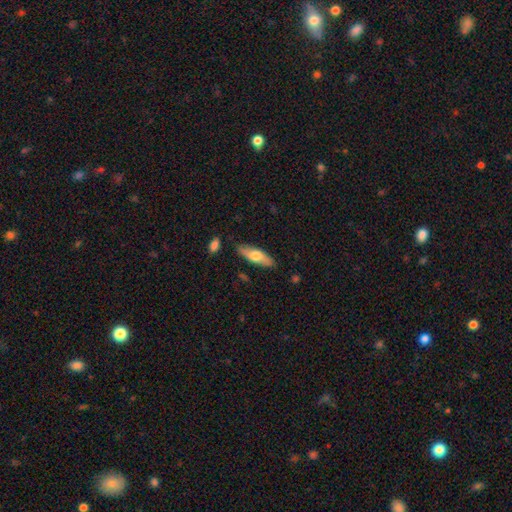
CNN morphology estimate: Q: Smooth or featured?
A: smooth (60%); runner-up: featured or disk (34%)
Q: How rounded?
A: in between (52%); runner-up: cigar-shaped (46%)
Q: Merging?
A: none (84%); runner-up: minor disturbance (12%)